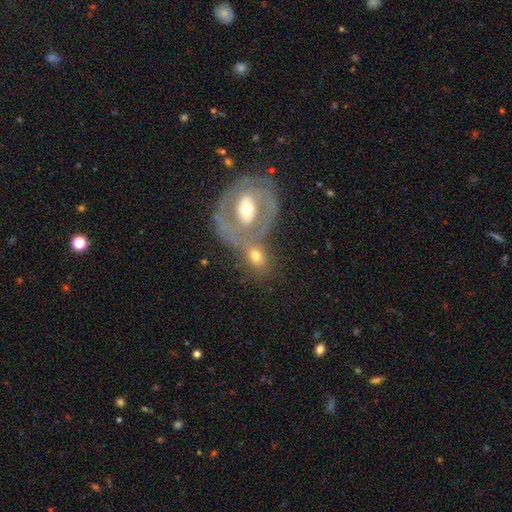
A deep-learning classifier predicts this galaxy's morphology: Smooth or featured? Predicted: featured or disk (p=0.48). Merging? Predicted: merger (p=0.44).